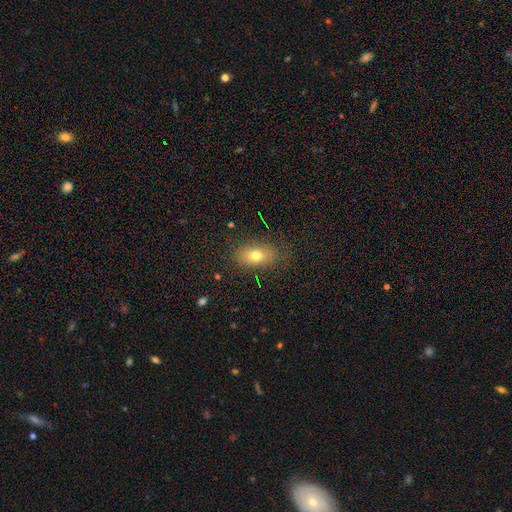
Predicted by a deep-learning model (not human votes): smooth-or-featured: smooth: 74% | featured or disk: 15% | star or artifact: 11%
  how-rounded: in between: 84% | round: 13% | cigar-shaped: 3%
  merging: none: 82% | minor disturbance: 13% | major disturbance: 4% | merger: 1%